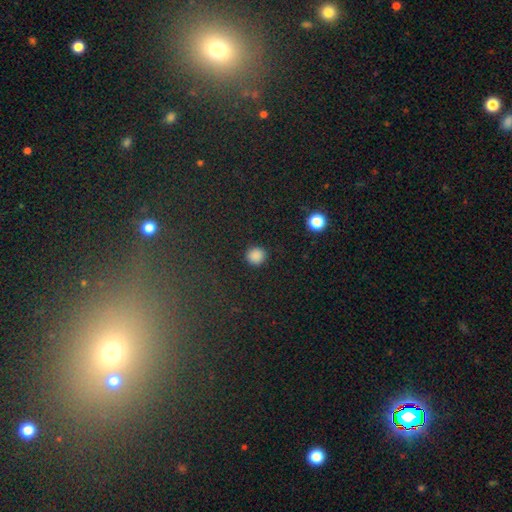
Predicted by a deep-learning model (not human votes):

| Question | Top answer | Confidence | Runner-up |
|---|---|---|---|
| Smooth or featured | smooth | 86% | star or artifact (10%) |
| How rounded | round | 93% | in between (6%) |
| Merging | none | 90% | minor disturbance (6%) |